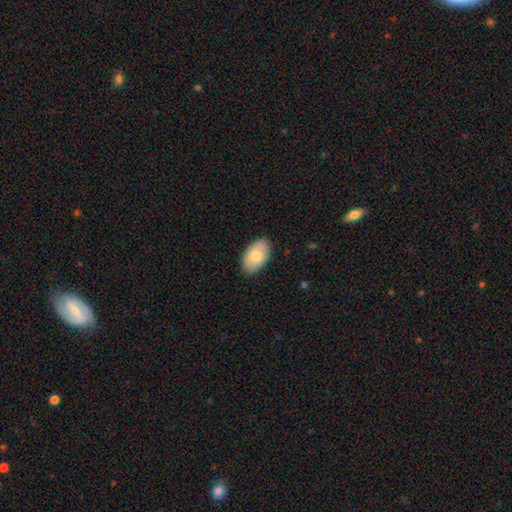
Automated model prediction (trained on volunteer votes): This is likely a smooth galaxy (79%). How rounded: clearly in between (94%). Merging: clearly none (86%).